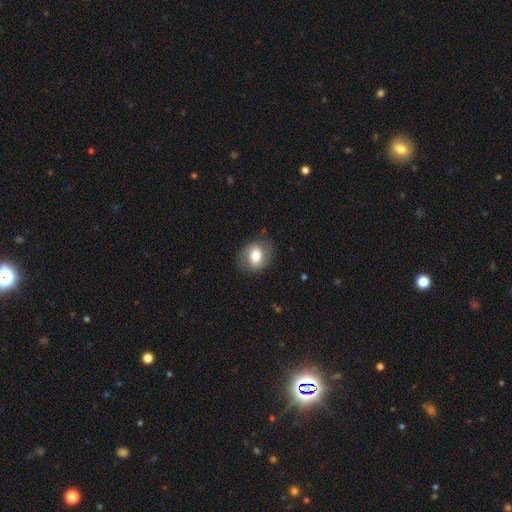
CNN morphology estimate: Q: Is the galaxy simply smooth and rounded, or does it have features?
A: smooth — 71%.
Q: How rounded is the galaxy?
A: in between — 53%.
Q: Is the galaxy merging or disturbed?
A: none — 81%.